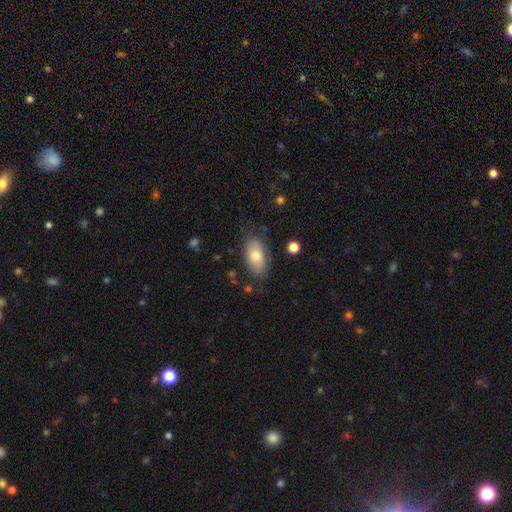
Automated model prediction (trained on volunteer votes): Smooth or featured?
  - smooth: 75% *
  - featured or disk: 18%
  - star or artifact: 7%
How rounded?
  - in between: 92% *
  - cigar-shaped: 4%
  - round: 4%
Merging?
  - none: 76% *
  - minor disturbance: 17%
  - major disturbance: 5%
  - merger: 2%